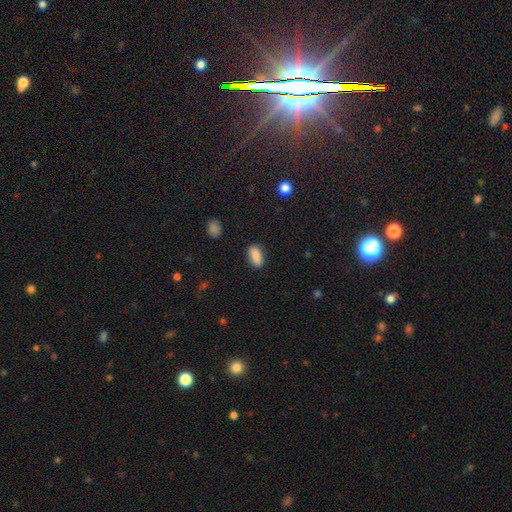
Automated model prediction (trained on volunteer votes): smooth_or_featured: smooth (p=0.86) [alt: star or artifact p=0.07]
how_rounded: in between (p=0.87) [alt: cigar-shaped p=0.09]
merging: none (p=0.86) [alt: minor disturbance p=0.10]